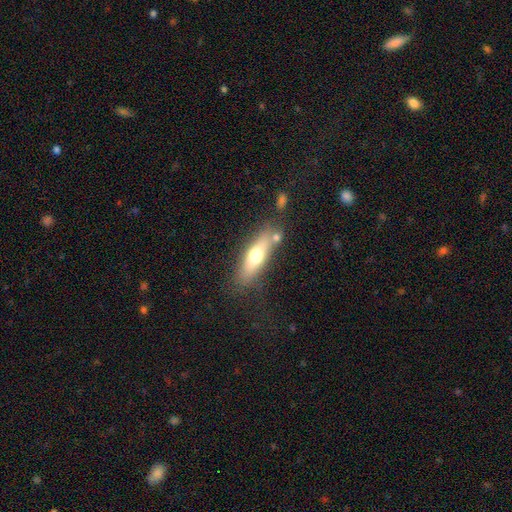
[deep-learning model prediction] Morphology: type=smooth (60%); roundness=cigar-shaped (53%); merging=none (69%).